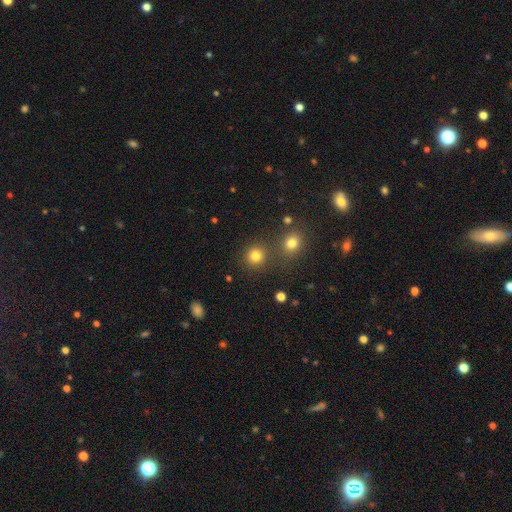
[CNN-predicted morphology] Smooth or featured: smooth — 79% (star or artifact — 15%)
How rounded: round — 90% (in between — 9%)
Merging: none — 79% (merger — 11%)